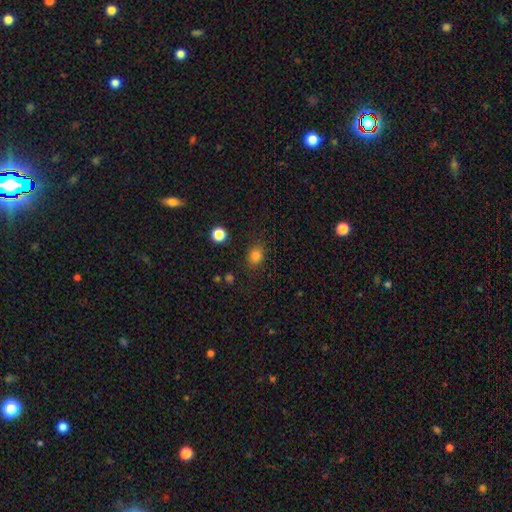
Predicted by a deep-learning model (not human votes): Q: Smooth or featured?
A: smooth (82%); runner-up: star or artifact (13%)
Q: How rounded?
A: round (53%); runner-up: in between (46%)
Q: Merging?
A: none (83%); runner-up: minor disturbance (11%)